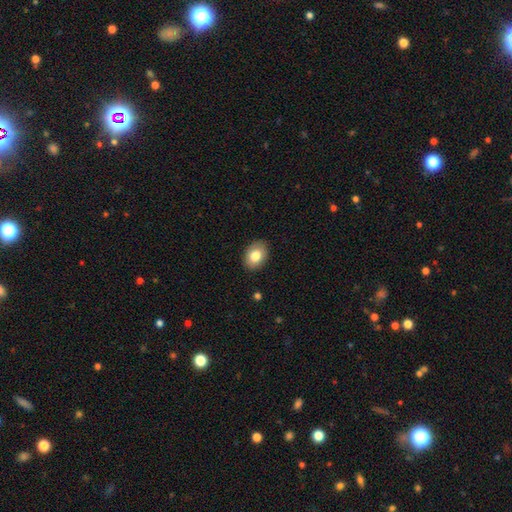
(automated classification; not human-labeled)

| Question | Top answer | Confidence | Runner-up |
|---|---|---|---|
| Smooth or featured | smooth | 82% | featured or disk (10%) |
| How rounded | in between | 78% | round (21%) |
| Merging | none | 89% | minor disturbance (8%) |